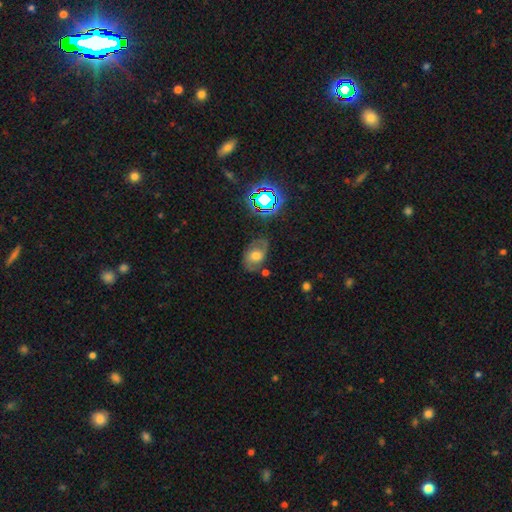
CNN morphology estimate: smooth-or-featured: featured or disk: 46% | smooth: 38% | star or artifact: 16%
  merging: none: 64% | minor disturbance: 23% | major disturbance: 9% | merger: 5%